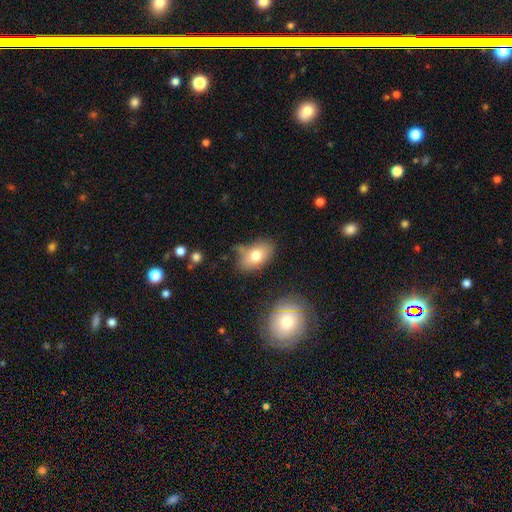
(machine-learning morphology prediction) Smooth or featured?
  - smooth: 75% *
  - featured or disk: 16%
  - star or artifact: 9%
How rounded?
  - in between: 88% *
  - round: 11%
  - cigar-shaped: 2%
Merging?
  - none: 67% *
  - minor disturbance: 22%
  - major disturbance: 6%
  - merger: 6%